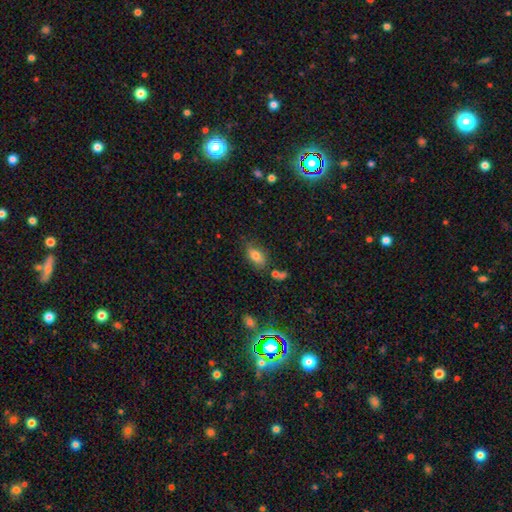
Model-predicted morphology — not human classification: Smooth or featured?
  - smooth: 77% *
  - featured or disk: 13%
  - star or artifact: 10%
How rounded?
  - in between: 86% *
  - round: 8%
  - cigar-shaped: 6%
Merging?
  - none: 68% *
  - minor disturbance: 19%
  - merger: 7%
  - major disturbance: 5%